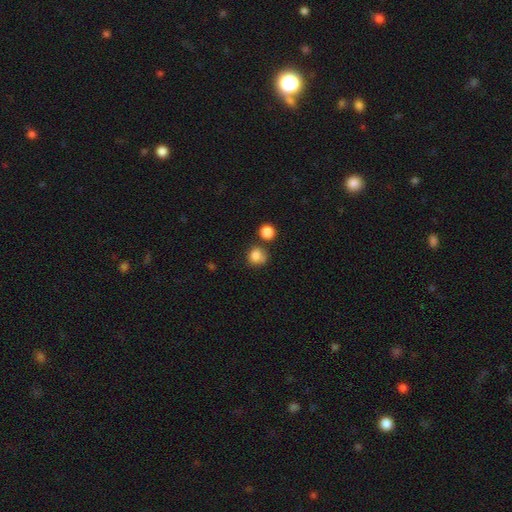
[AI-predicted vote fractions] Smooth or featured: smooth — 83% (star or artifact — 11%)
How rounded: round — 84% (in between — 15%)
Merging: none — 62% (merger — 18%)